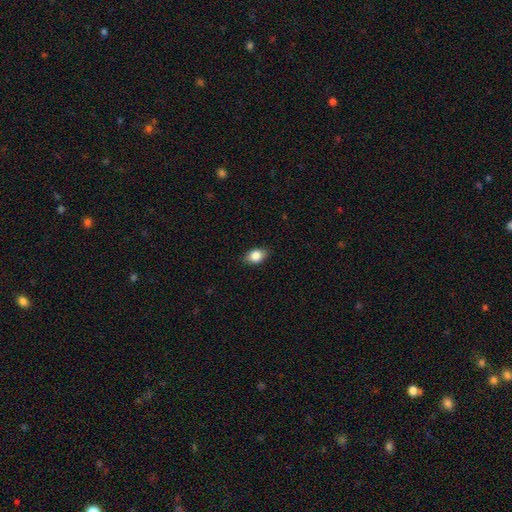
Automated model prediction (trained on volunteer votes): This is clearly a smooth galaxy (84%). How rounded: likely in between (74%). Merging: clearly none (85%).